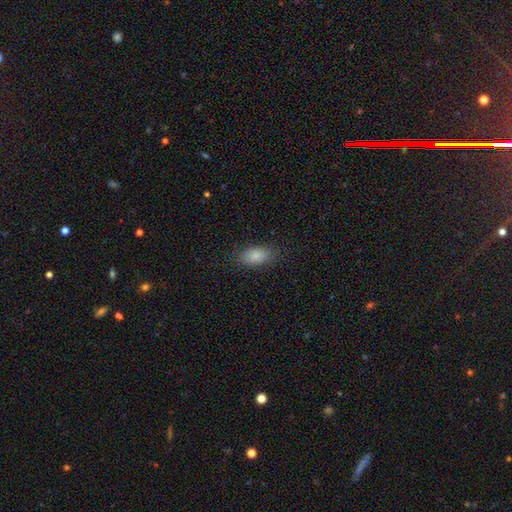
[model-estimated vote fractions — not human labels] smooth_or_featured: smooth (p=0.85) [alt: star or artifact p=0.08]
how_rounded: in between (p=0.90) [alt: round p=0.05]
merging: none (p=0.83) [alt: minor disturbance p=0.12]